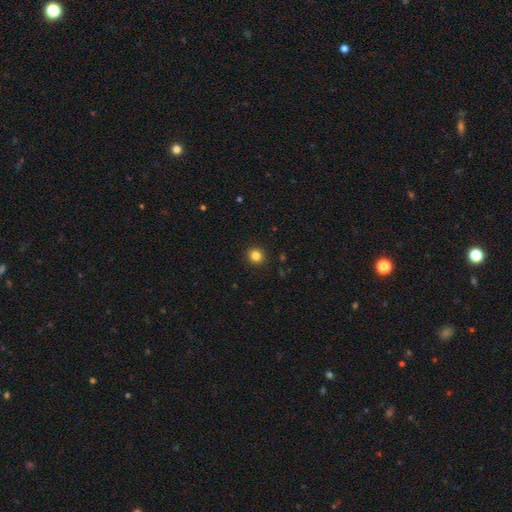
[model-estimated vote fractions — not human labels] smooth_or_featured: smooth (p=0.83) [alt: star or artifact p=0.12]
how_rounded: round (p=0.90) [alt: in between p=0.09]
merging: none (p=0.93) [alt: minor disturbance p=0.05]